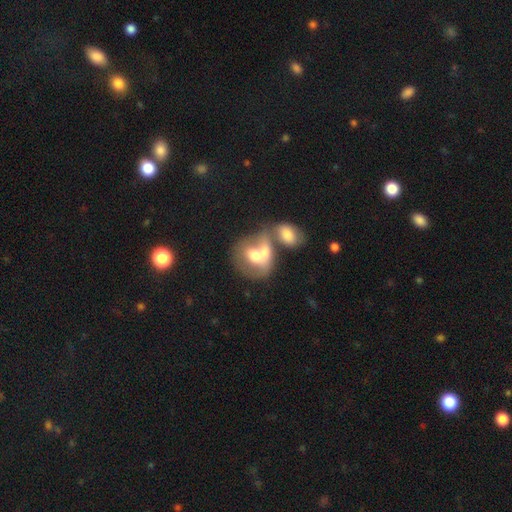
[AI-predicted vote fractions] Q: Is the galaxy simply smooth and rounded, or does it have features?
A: smooth — 59%.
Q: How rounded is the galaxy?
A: in between — 52%.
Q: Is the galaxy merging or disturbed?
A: merger — 63%.